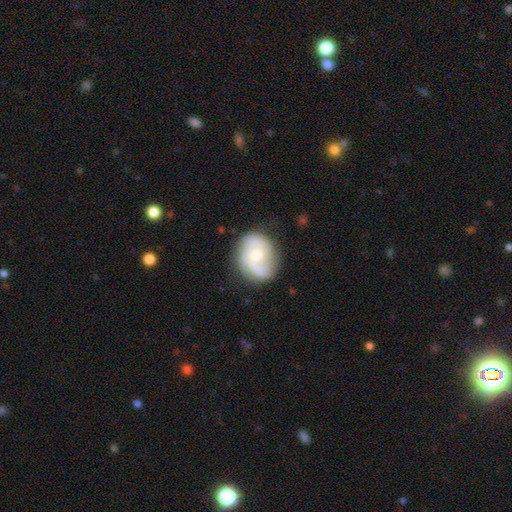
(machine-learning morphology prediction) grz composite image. It shows a featured or disk galaxy (68%) with no bar (64%), 2 (61%) medium (44%) spiral arms (88%) and a moderate central bulge (55%). Merging: none (69%).